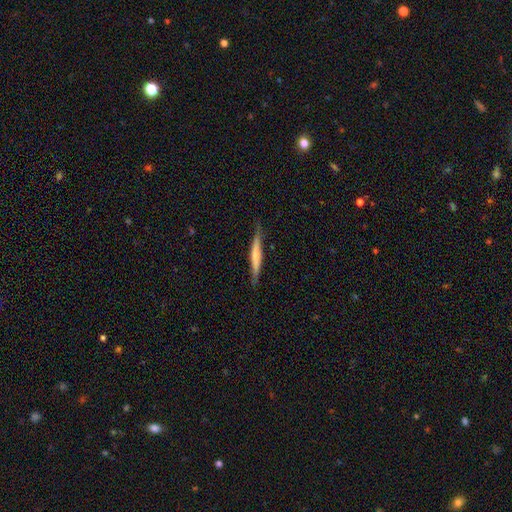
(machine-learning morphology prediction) This is possibly a featured or disk galaxy (47%, tied with smooth). Merging: clearly none (83%).